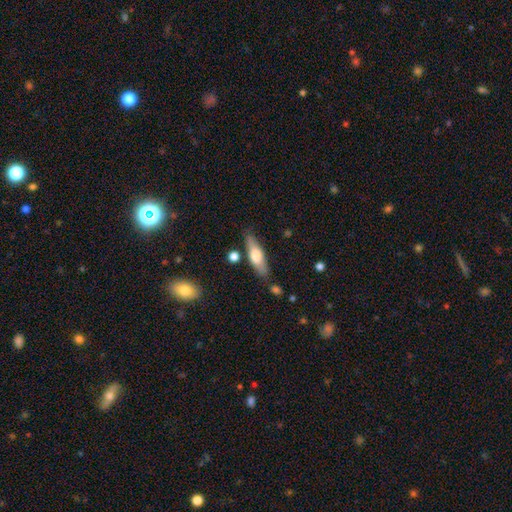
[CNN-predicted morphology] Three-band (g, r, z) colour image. It shows a smooth galaxy with no disk features (60%) that is cigar-shaped (56%). Merging: none (79%).